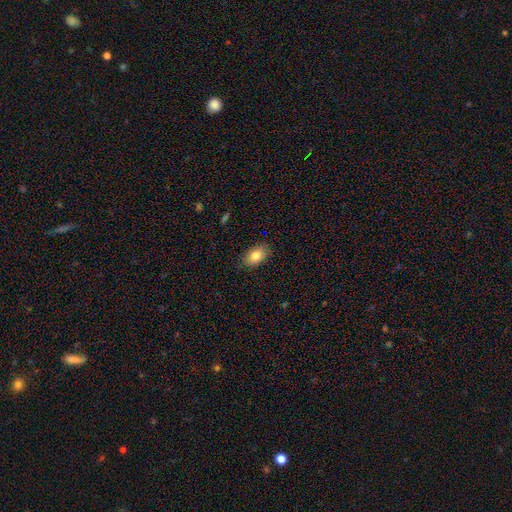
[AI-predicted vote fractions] Smooth or featured?
  - smooth: 82% *
  - featured or disk: 10%
  - star or artifact: 8%
How rounded?
  - in between: 90% *
  - round: 9%
  - cigar-shaped: 2%
Merging?
  - none: 84% *
  - minor disturbance: 12%
  - major disturbance: 2%
  - merger: 1%